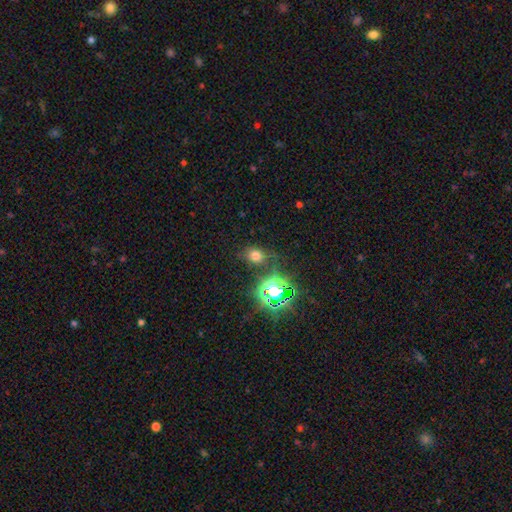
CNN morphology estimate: A smooth galaxy with no disk features (62%) that is in between round and cigar-shaped (51%). Merging: none (76%).